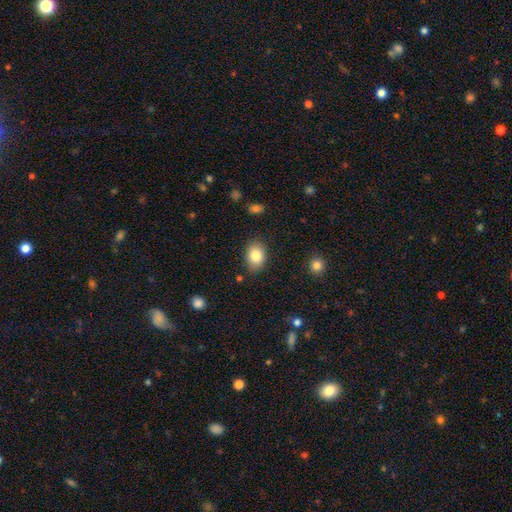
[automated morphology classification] type=smooth (84%); roundness=in between (77%); merging=none (83%).